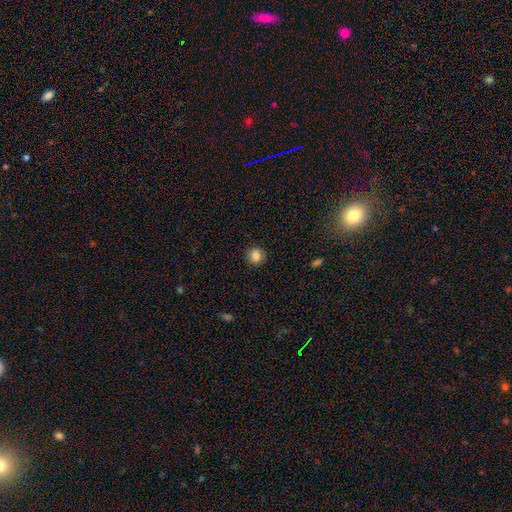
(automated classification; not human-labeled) Smooth or featured? smooth (85%)
How rounded? round (88%)
Merging? none (90%)